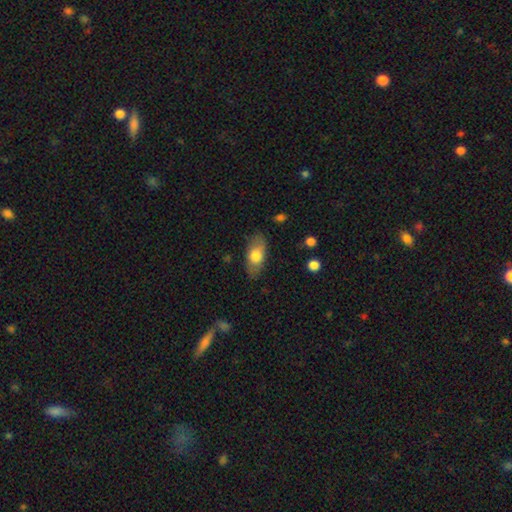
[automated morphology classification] Smooth or featured: smooth — 73% (featured or disk — 21%)
How rounded: in between — 86% (cigar-shaped — 9%)
Merging: none — 79% (minor disturbance — 16%)